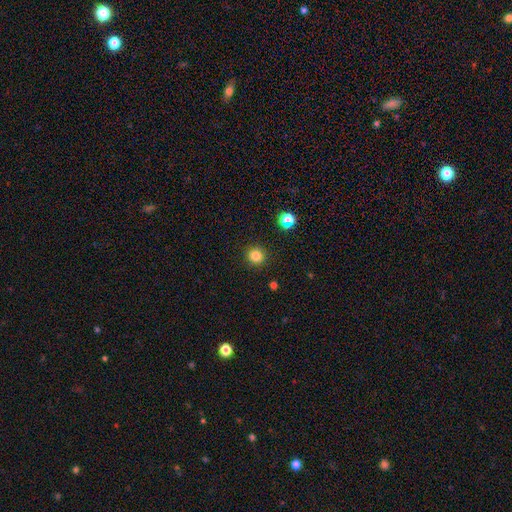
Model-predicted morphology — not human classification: smooth_or_featured: smooth (p=0.82) [alt: star or artifact p=0.13]
how_rounded: round (p=0.94) [alt: in between p=0.05]
merging: none (p=0.91) [alt: minor disturbance p=0.05]